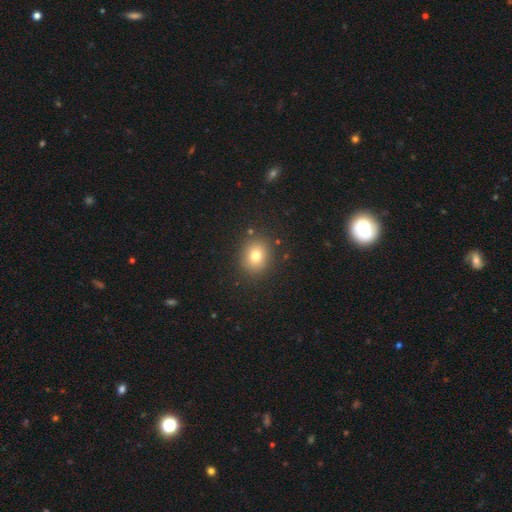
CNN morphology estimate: Q: Smooth or featured?
A: smooth (77%); runner-up: star or artifact (13%)
Q: How rounded?
A: round (70%); runner-up: in between (29%)
Q: Merging?
A: none (87%); runner-up: minor disturbance (8%)